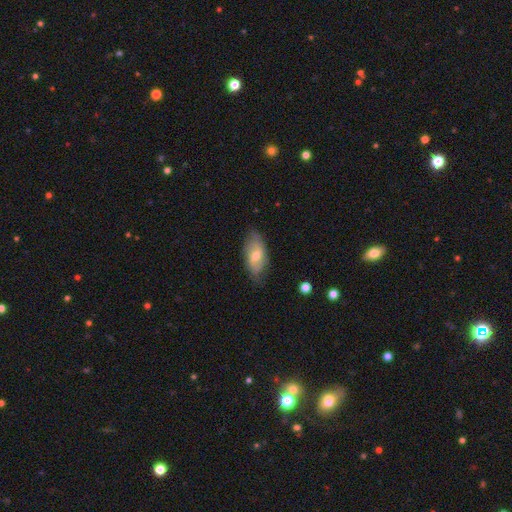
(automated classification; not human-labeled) smooth_or_featured: featured or disk (p=0.49) [alt: smooth p=0.44]
merging: none (p=0.74) [alt: minor disturbance p=0.20]